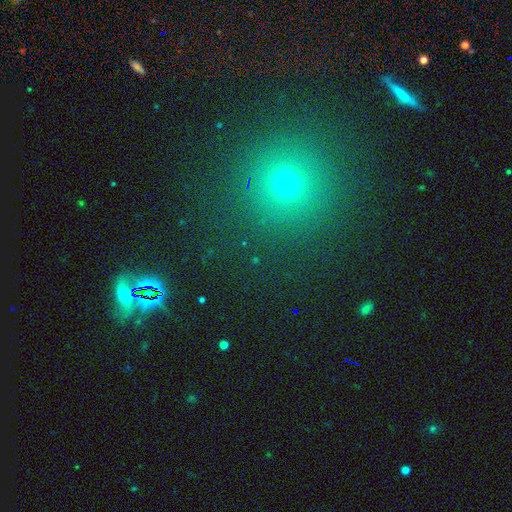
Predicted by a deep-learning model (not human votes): Overall: star or artifact (47%; smooth 45%).